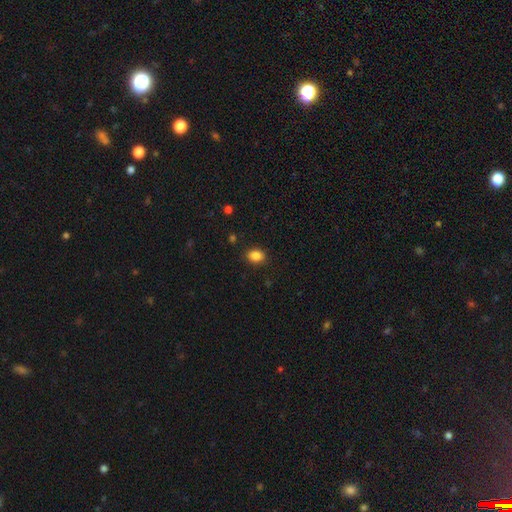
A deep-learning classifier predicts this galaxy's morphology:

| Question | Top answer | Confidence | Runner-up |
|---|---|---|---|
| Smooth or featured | smooth | 87% | star or artifact (9%) |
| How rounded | in between | 66% | round (33%) |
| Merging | none | 88% | minor disturbance (9%) |